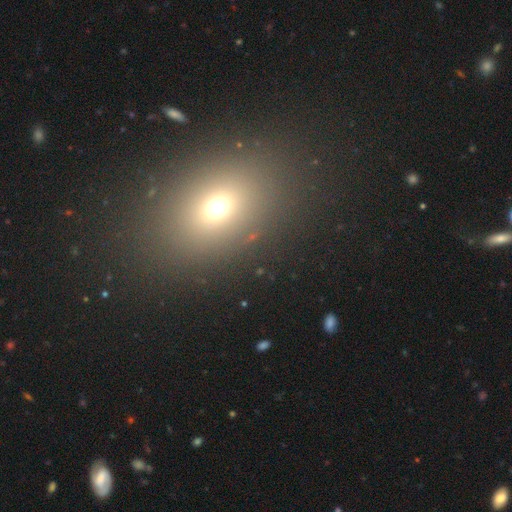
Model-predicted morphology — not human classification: Smooth or featured?
  - smooth: 64% *
  - star or artifact: 24%
  - featured or disk: 12%
How rounded?
  - in between: 67% *
  - round: 30%
  - cigar-shaped: 2%
Merging?
  - none: 88% *
  - minor disturbance: 7%
  - major disturbance: 4%
  - merger: 2%